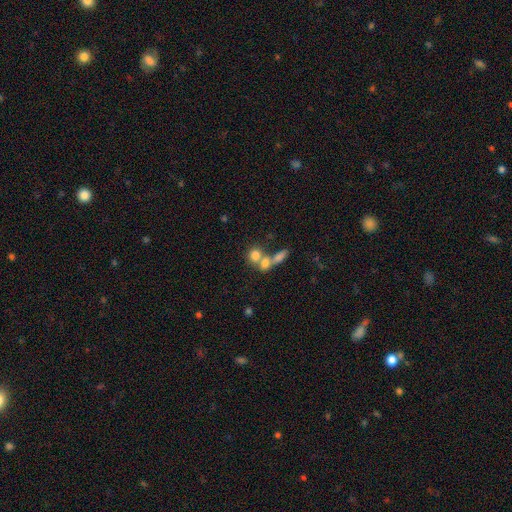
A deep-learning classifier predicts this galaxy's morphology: Smooth or featured: smooth — 74% (featured or disk — 15%)
How rounded: round — 66% (in between — 31%)
Merging: merger — 54% (none — 33%)